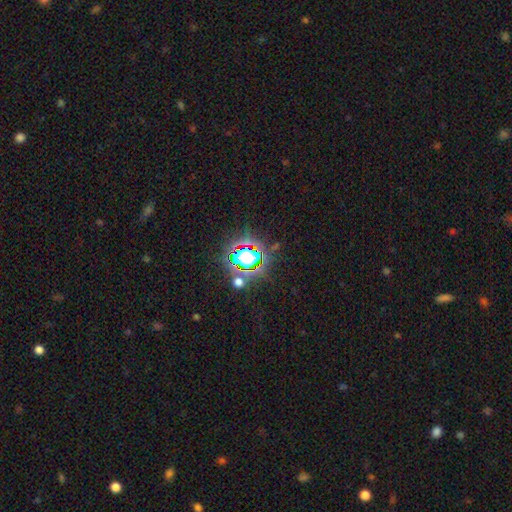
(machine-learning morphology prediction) smooth-or-featured: star or artifact: 71% | smooth: 19% | featured or disk: 11%